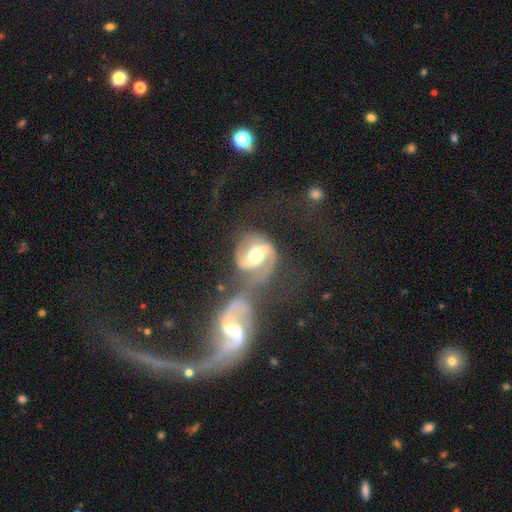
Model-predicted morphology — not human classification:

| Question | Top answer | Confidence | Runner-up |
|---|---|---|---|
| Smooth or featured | featured or disk | 81% | smooth (13%) |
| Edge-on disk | no | 97% | yes (3%) |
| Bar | strong | 40% | weak (38%) |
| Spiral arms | yes | 92% | no (8%) |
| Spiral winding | medium | 50% | loose (28%) |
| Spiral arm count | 2 | 88% | 1 (4%) |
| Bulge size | moderate | 68% | large (20%) |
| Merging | merger | 45% | none (32%) |